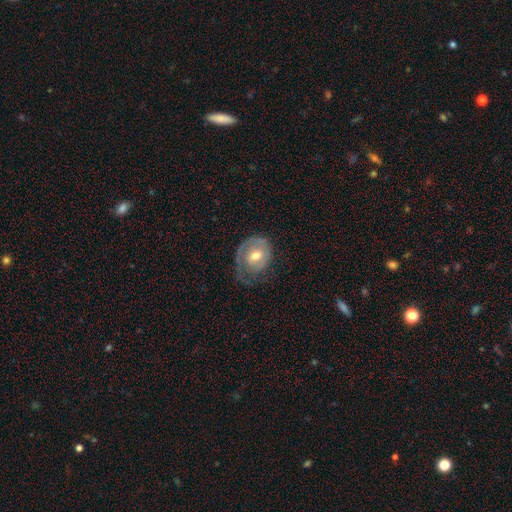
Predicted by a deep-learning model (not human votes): Overall: featured or disk (54%; smooth 40%). Edge-on disk: no (96%). Bar: no (61%; weak 32%). Spiral arms: yes (66%; no 34%). Bulge size: moderate (72%). Merging: none (43%; minor disturbance 29%).